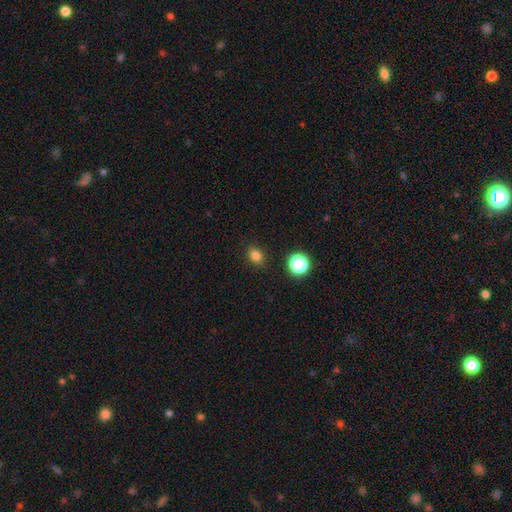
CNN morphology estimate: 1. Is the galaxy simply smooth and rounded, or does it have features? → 81% smooth, 15% star or artifact, 5% featured or disk.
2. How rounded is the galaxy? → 50% in between, 49% round, 1% cigar-shaped.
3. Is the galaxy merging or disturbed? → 87% none, 8% minor disturbance, 2% major disturbance, 2% merger.